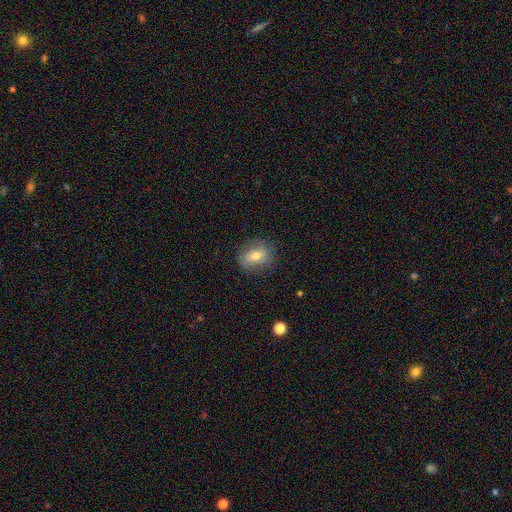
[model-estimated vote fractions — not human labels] Smooth or featured: smooth — 65% (featured or disk — 26%)
How rounded: in between — 60% (round — 37%)
Merging: none — 79% (minor disturbance — 15%)